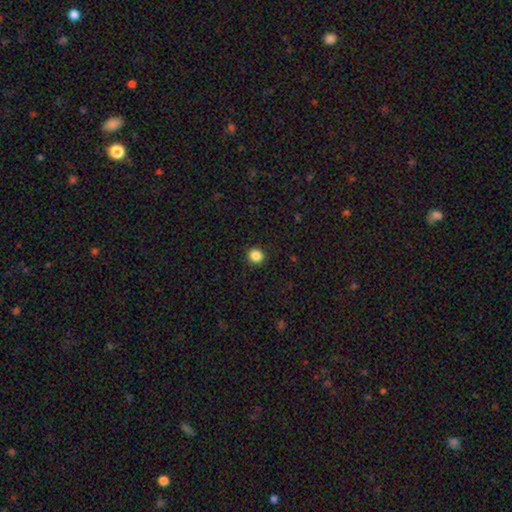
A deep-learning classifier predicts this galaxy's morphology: The model was most divided on "smooth or featured": smooth: 86%, star or artifact: 11%, featured or disk: 3%. More confident: merging — none (92%); how rounded — round (88%).